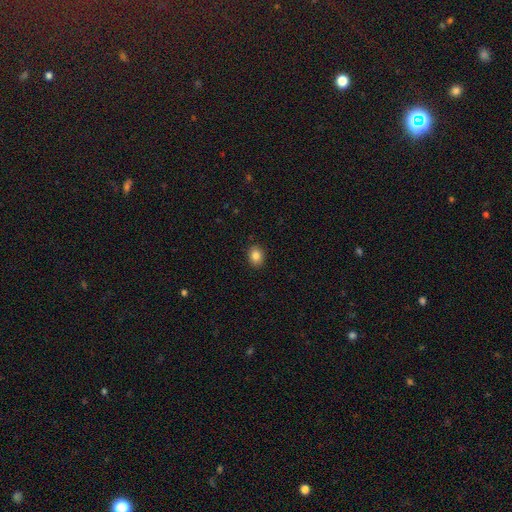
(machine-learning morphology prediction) This appears to be a smooth galaxy with no disk features (85%) that is round (50%). Merging: none (90%).